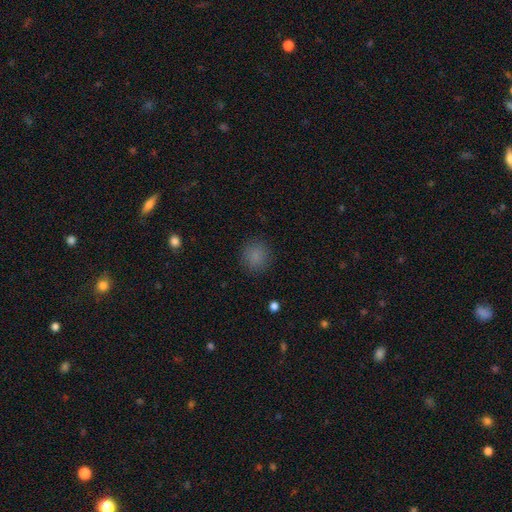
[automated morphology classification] Smooth or featured? Predicted: smooth (p=0.84). How rounded? Predicted: round (p=0.86). Merging? Predicted: none (p=0.87).